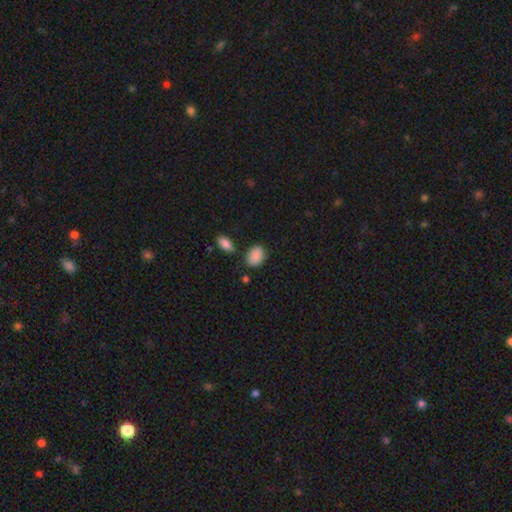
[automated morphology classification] A smooth galaxy with no disk features (88%) that is in between round and cigar-shaped (79%). Merging: none (74%).